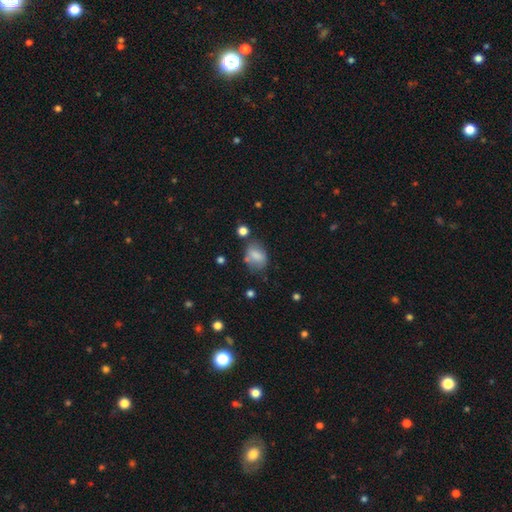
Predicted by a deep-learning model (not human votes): Smooth or featured? Predicted: smooth (p=0.75). How rounded? Predicted: in between (p=0.71). Merging? Predicted: none (p=0.55).